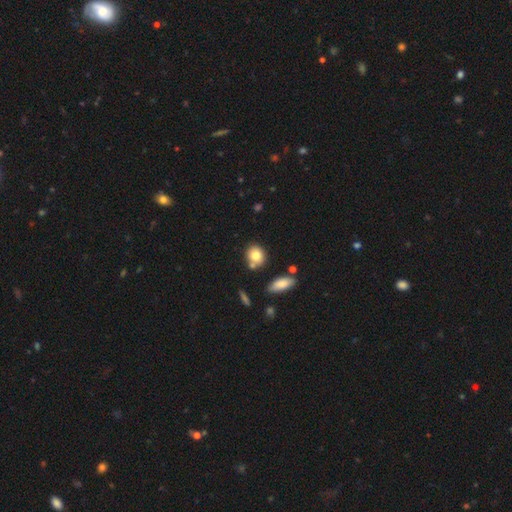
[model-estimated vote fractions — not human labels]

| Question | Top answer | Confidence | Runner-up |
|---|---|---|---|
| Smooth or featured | smooth | 78% | featured or disk (12%) |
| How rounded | round | 68% | in between (30%) |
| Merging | none | 68% | merger (16%) |